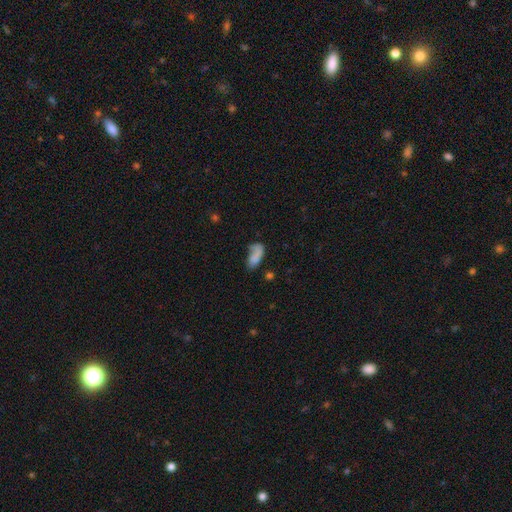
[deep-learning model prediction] A smooth galaxy with no disk features (68%) that is in between round and cigar-shaped (86%).

Vote fractions:
- Smooth or featured? smooth: 68% / featured or disk: 21% / star or artifact: 11%
- How rounded? in between: 86% / cigar-shaped: 8% / round: 5%
- Merging? none: 33% / major disturbance: 29% / minor disturbance: 23% / merger: 15%